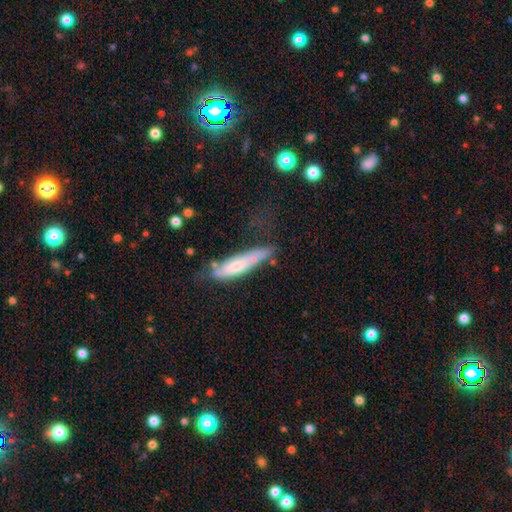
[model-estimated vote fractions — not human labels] Overall: smooth (61%; featured or disk 32%). How rounded: cigar-shaped (75%). Merging: none (47%; minor disturbance 29%).